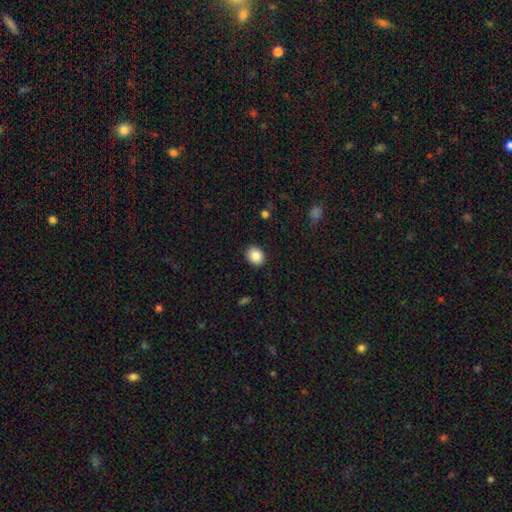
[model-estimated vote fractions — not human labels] Smooth or featured? smooth (87%)
How rounded? round (60%)
Merging? none (89%)